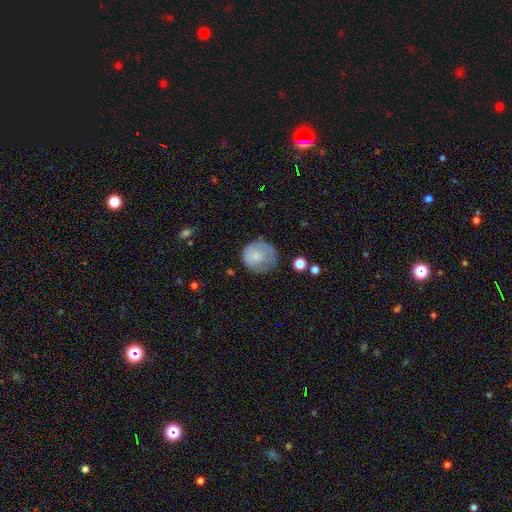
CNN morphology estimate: Overall: smooth (68%). How rounded: round (86%). Merging: none (52%; minor disturbance 30%).